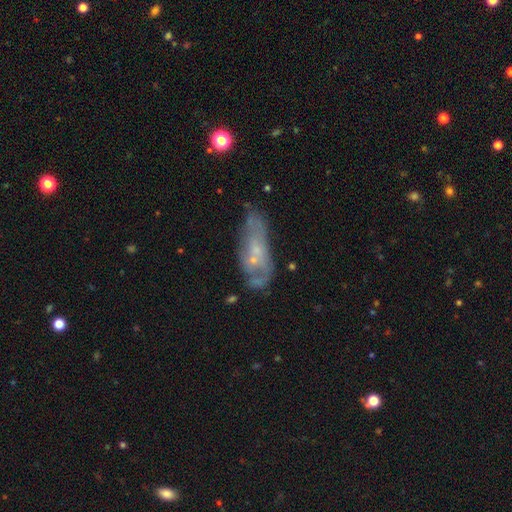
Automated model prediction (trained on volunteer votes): featured or disk 56%, smooth 34%, star or artifact 10%. Down the decision tree: edge-on disk — no (83%); merging — none (49%).